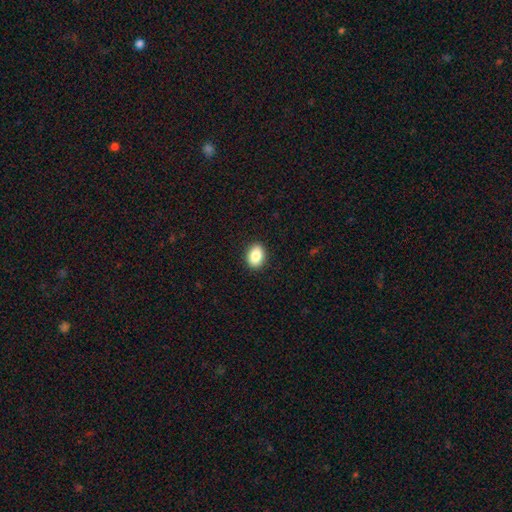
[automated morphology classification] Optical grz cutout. It shows a smooth galaxy with no disk features (87%) that is in between round and cigar-shaped (75%). Merging: none (91%).